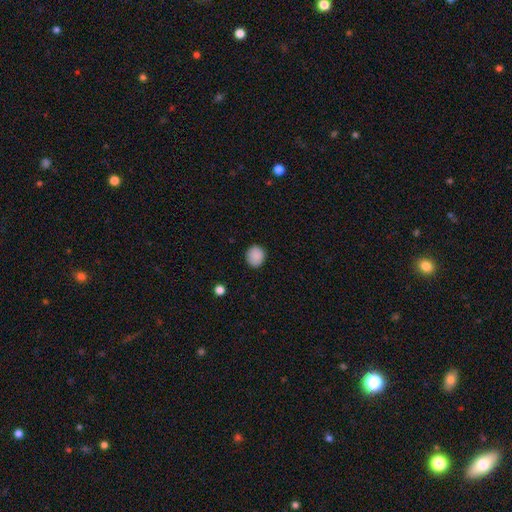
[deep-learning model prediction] smooth_or_featured: smooth (p=0.88) [alt: star or artifact p=0.09]
how_rounded: round (p=0.80) [alt: in between p=0.19]
merging: none (p=0.88) [alt: minor disturbance p=0.09]